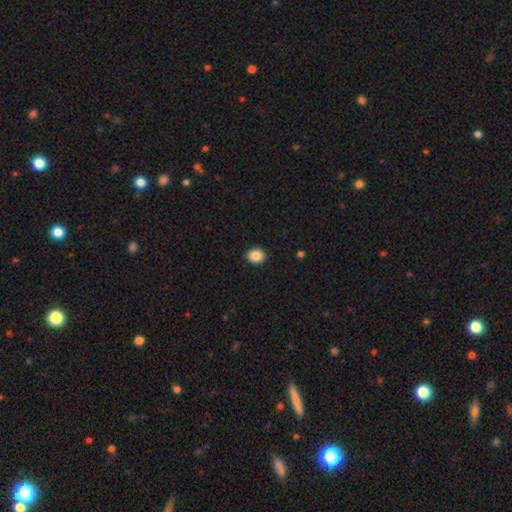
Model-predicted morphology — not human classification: Smooth or featured? smooth (88%)
How rounded? round (63%)
Merging? none (92%)